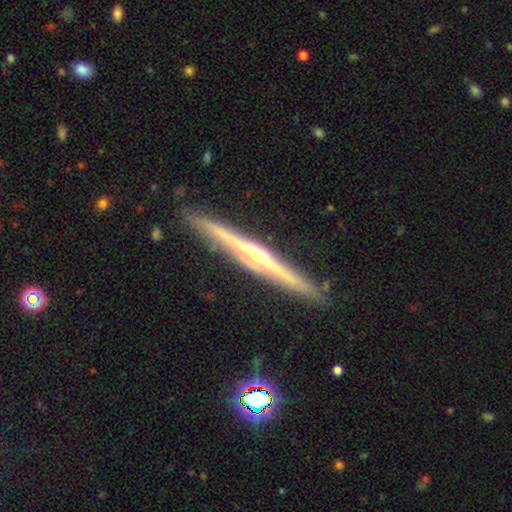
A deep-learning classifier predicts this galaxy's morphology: Q: Smooth or featured?
A: featured or disk (84%); runner-up: smooth (11%)
Q: Edge-on disk?
A: yes (98%); runner-up: no (2%)
Q: Edge-on bulge?
A: rounded (83%); runner-up: none (12%)
Q: Merging?
A: none (91%); runner-up: minor disturbance (7%)